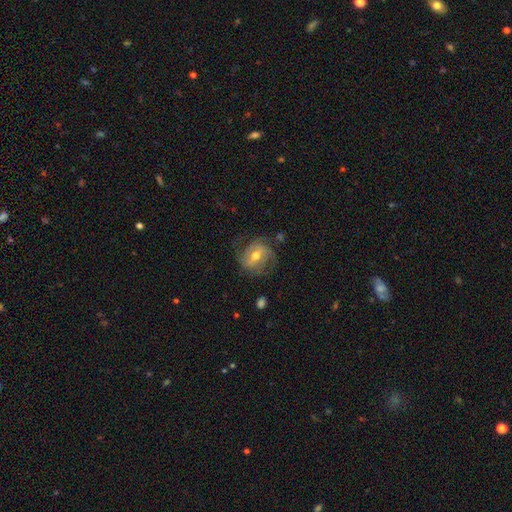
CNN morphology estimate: The model was most divided on "spiral winding": medium: 43%, tight: 33%, loose: 24%. Remaining: edge-on disk — no (96%); spiral arms — yes (83%); bulge size — moderate (75%); smooth or featured — featured or disk (70%); merging — none (62%); spiral arm count — 2 (54%); bar — weak (45%).